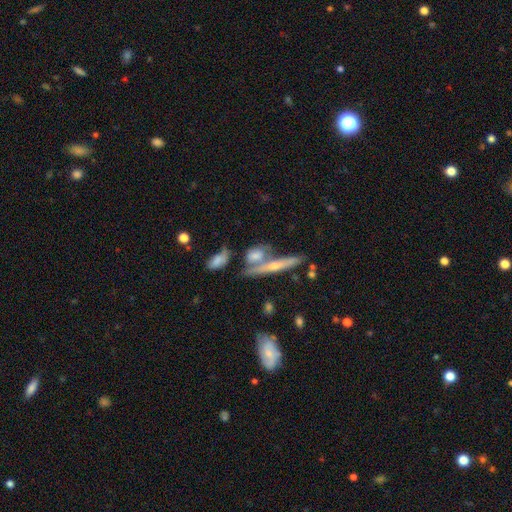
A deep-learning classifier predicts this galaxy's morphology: A smooth galaxy with no disk features (51%) that is cigar-shaped (43%). Merging: none (43%).